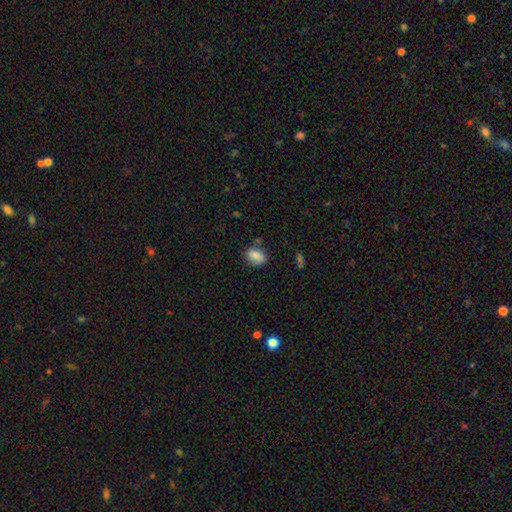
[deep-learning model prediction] This appears to be a smooth galaxy with no disk features (85%) that is in between round and cigar-shaped (76%). Merging: none (76%).